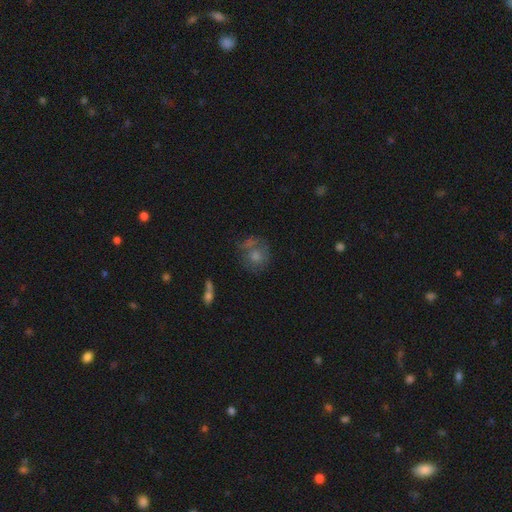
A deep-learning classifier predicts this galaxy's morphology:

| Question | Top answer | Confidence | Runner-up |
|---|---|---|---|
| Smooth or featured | smooth | 51% | featured or disk (31%) |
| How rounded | round | 83% | in between (16%) |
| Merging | none | 61% | minor disturbance (18%) |